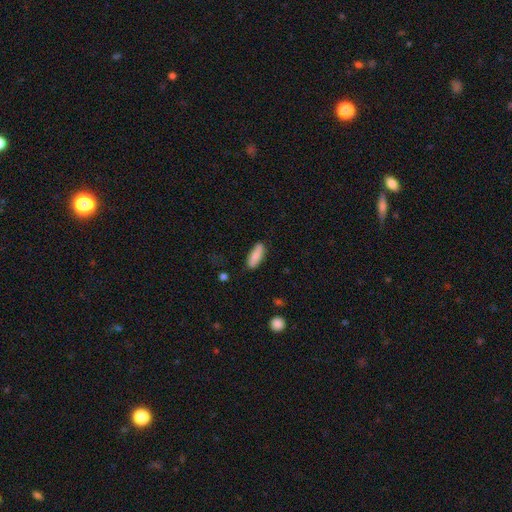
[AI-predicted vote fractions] smooth_or_featured: smooth (p=0.85) [alt: featured or disk p=0.09]
how_rounded: in between (p=0.60) [alt: cigar-shaped p=0.38]
merging: none (p=0.83) [alt: minor disturbance p=0.13]